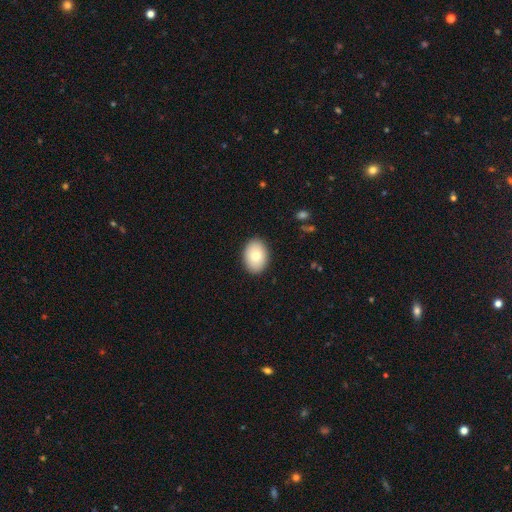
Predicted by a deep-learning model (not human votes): Smooth or featured: smooth — 77% (featured or disk — 16%)
How rounded: in between — 81% (round — 18%)
Merging: none — 90% (minor disturbance — 7%)